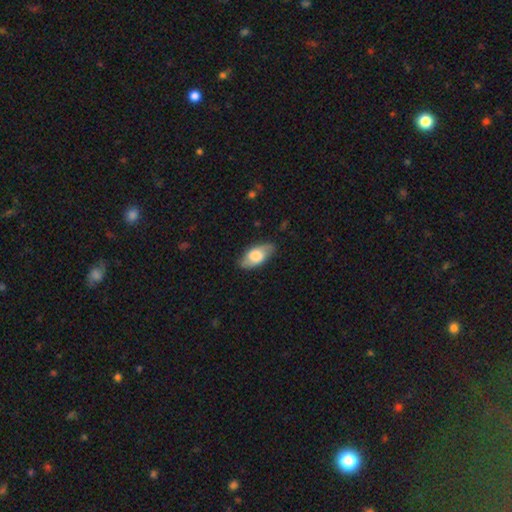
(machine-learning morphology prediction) smooth 65%, featured or disk 29%, star or artifact 6%. Down the decision tree: how rounded — in between (90%); merging — none (81%).